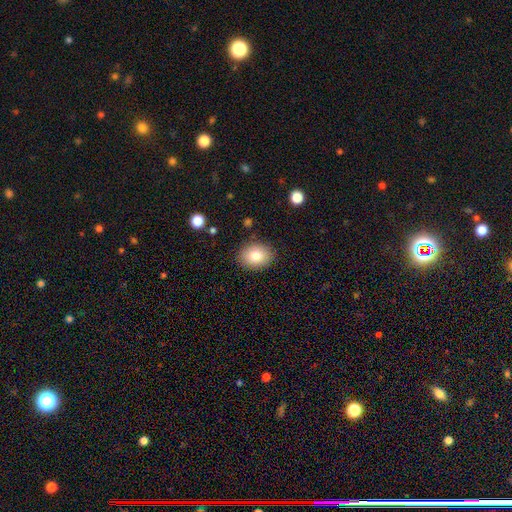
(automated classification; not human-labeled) smooth_or_featured: smooth (p=0.82) [alt: featured or disk p=0.09]
how_rounded: in between (p=0.60) [alt: round p=0.40]
merging: none (p=0.87) [alt: minor disturbance p=0.09]